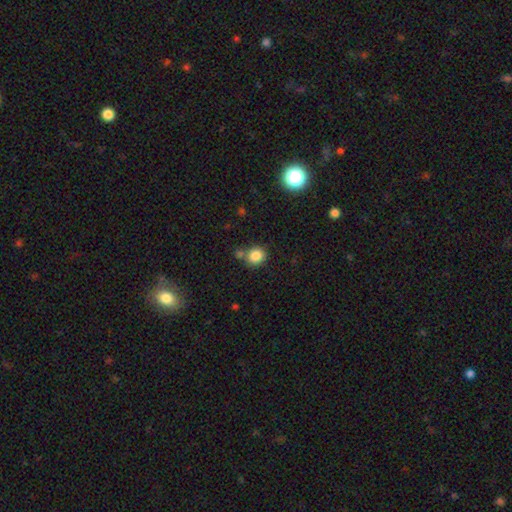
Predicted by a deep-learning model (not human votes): Smooth or featured? smooth (85%)
How rounded? round (84%)
Merging? none (68%)